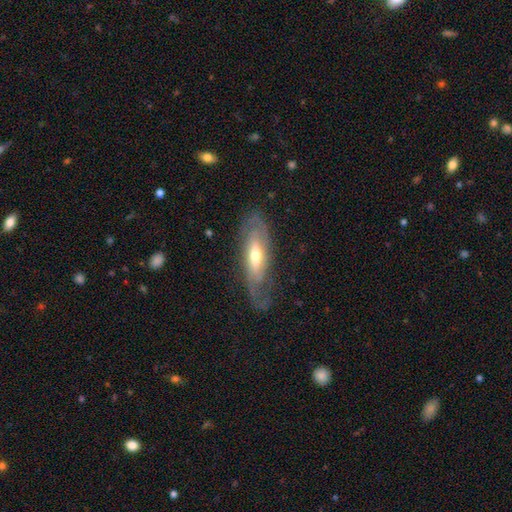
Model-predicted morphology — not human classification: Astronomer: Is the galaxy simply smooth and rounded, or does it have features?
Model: featured or disk — 65%.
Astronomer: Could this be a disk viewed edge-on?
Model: no — 70%.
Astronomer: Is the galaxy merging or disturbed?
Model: none — 63%.